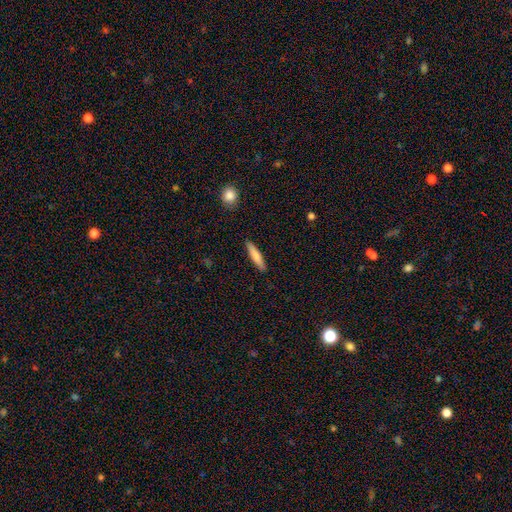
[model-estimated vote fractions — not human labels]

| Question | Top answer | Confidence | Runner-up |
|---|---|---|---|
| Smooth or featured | smooth | 74% | featured or disk (20%) |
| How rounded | cigar-shaped | 86% | in between (12%) |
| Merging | none | 89% | minor disturbance (8%) |